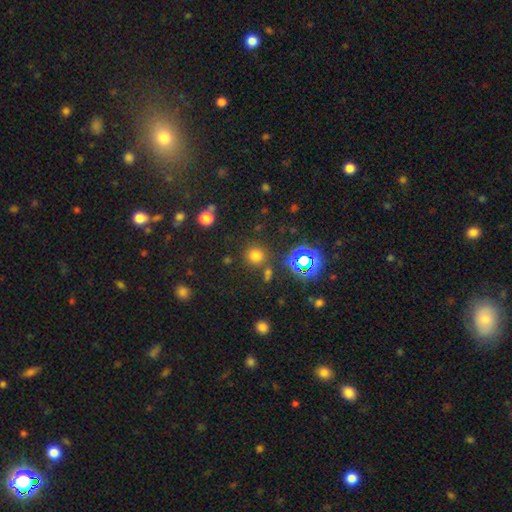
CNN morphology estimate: Q: Smooth or featured?
A: smooth (69%); runner-up: star or artifact (25%)
Q: How rounded?
A: round (91%); runner-up: in between (8%)
Q: Merging?
A: none (80%); runner-up: minor disturbance (9%)